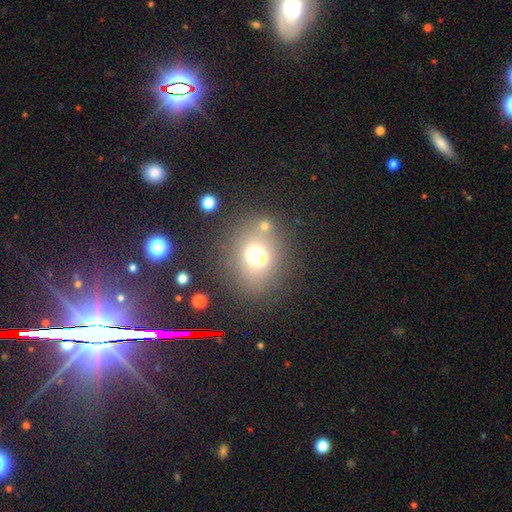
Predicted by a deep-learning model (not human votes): Smooth or featured? Predicted: smooth (p=0.61). How rounded? Predicted: round (p=0.67). Merging? Predicted: none (p=0.57).